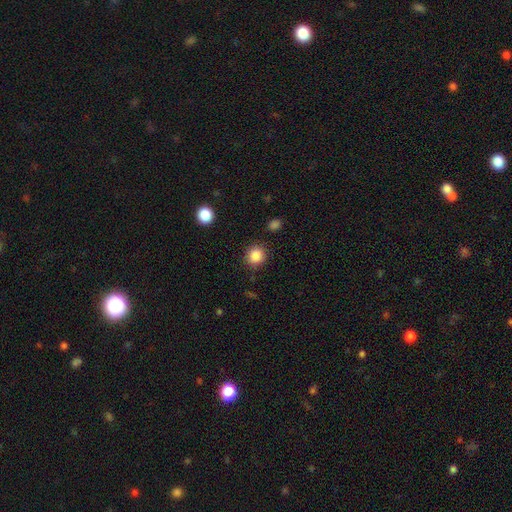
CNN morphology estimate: smooth 86%, star or artifact 10%, featured or disk 4%. Down the decision tree: how rounded — round (88%); merging — none (88%).